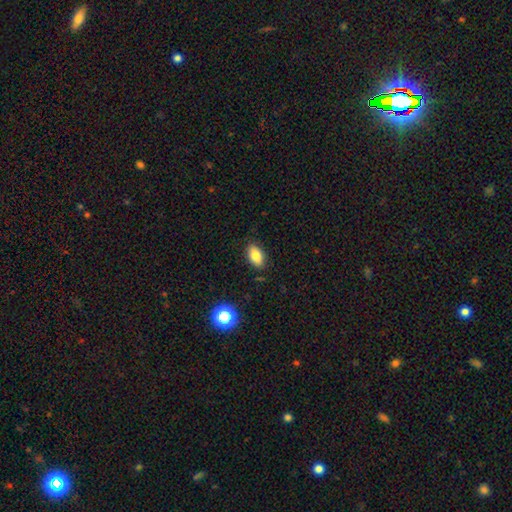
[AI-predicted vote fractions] A smooth galaxy with no disk features (82%) that is in between round and cigar-shaped (89%). Merging: none (87%).